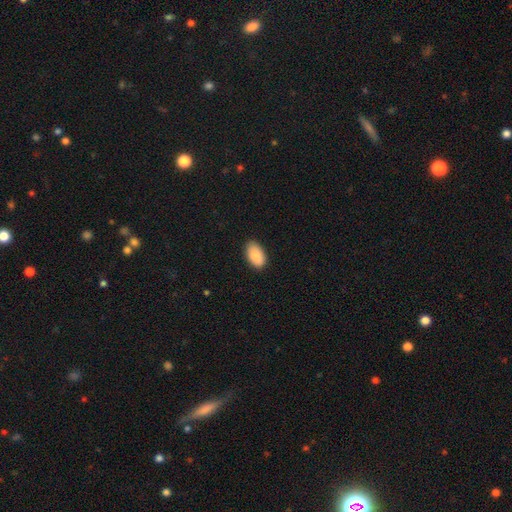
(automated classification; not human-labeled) Q: Smooth or featured?
A: smooth (89%); runner-up: star or artifact (6%)
Q: How rounded?
A: in between (95%); runner-up: round (4%)
Q: Merging?
A: none (85%); runner-up: minor disturbance (12%)